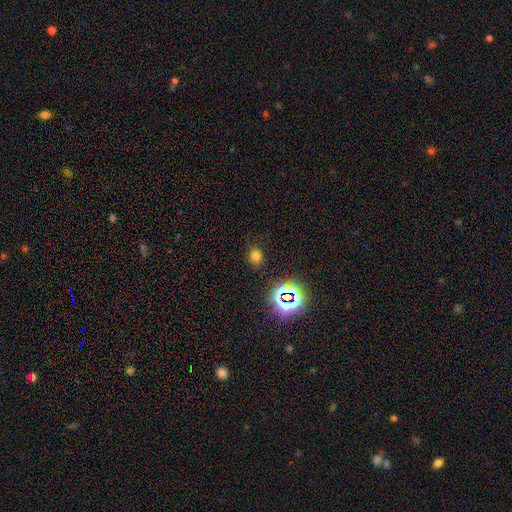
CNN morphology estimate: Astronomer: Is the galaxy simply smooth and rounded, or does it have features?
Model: smooth — 68%.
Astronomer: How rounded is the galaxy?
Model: round — 70%.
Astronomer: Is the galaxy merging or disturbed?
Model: none — 84%.